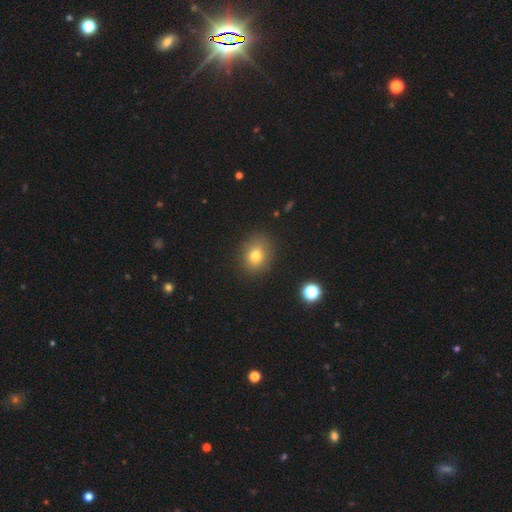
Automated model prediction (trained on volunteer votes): Smooth or featured: smooth — 75% (star or artifact — 14%)
How rounded: round — 61% (in between — 38%)
Merging: none — 85% (minor disturbance — 10%)